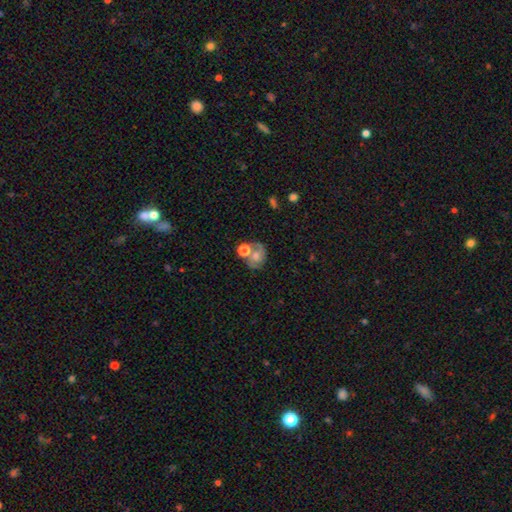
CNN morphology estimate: featured or disk 44%, smooth 43%, star or artifact 13%. Down the decision tree: merging — none (43%).